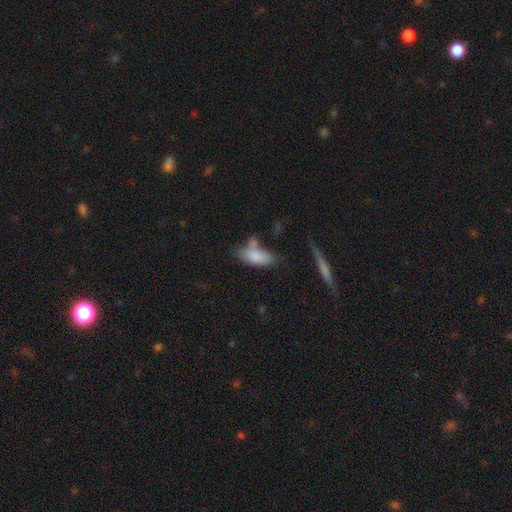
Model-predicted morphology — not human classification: Smooth or featured? smooth (79%)
How rounded? in between (82%)
Merging? none (40%)